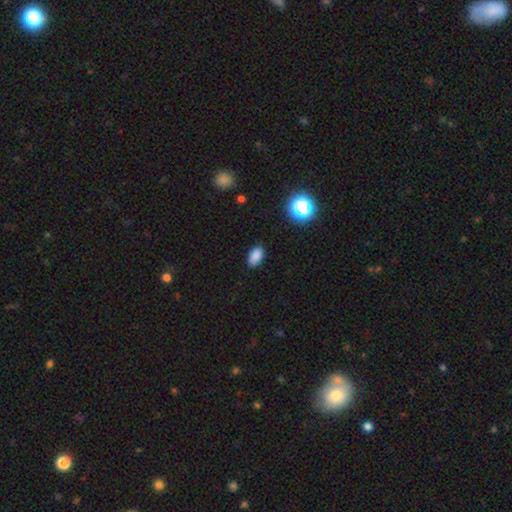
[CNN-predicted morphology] Smooth or featured? smooth (84%)
How rounded? in between (92%)
Merging? none (85%)